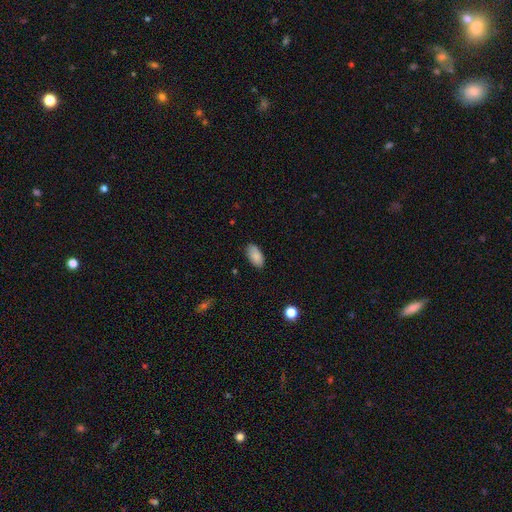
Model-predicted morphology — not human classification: A smooth galaxy with no disk features (87%) that is in between round and cigar-shaped (94%). Merging: none (84%).